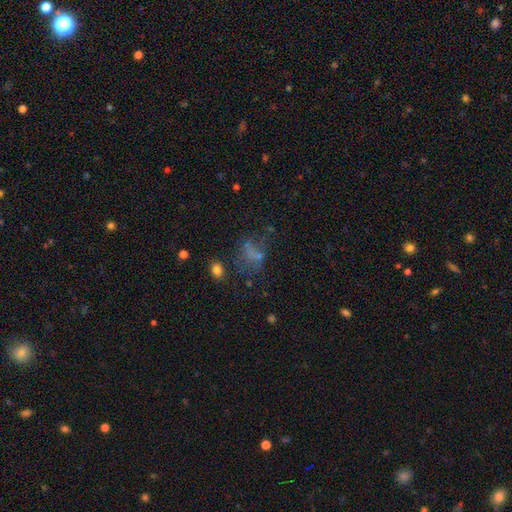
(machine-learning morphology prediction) smooth 44%, star or artifact 29%, featured or disk 28%. Down the decision tree: merging — none (42%).